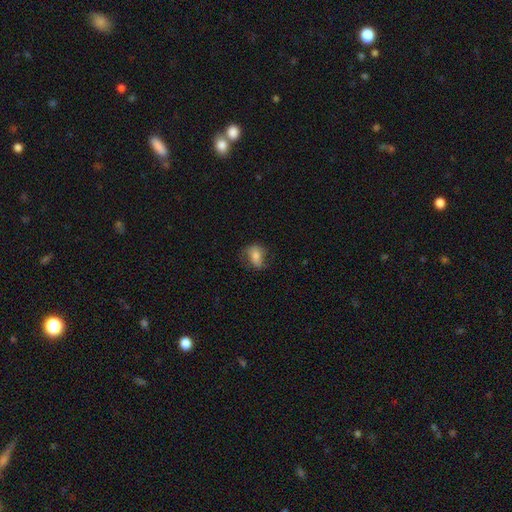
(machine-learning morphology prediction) This appears to be a smooth galaxy with no disk features (61%) that is in between round and cigar-shaped (69%). Merging: none (55%).